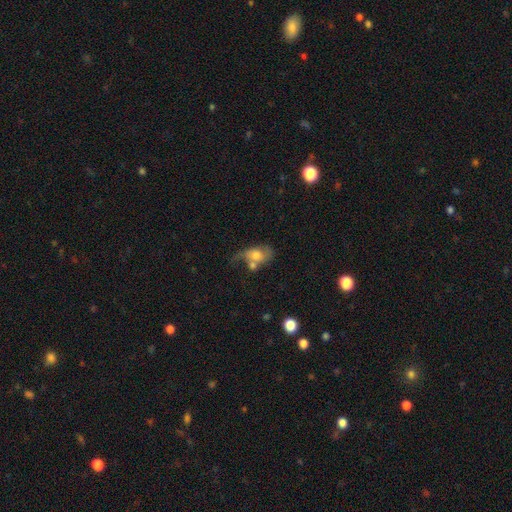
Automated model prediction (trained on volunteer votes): Morphology: type=smooth (51%); roundness=in between (78%); merging=merger (33%).